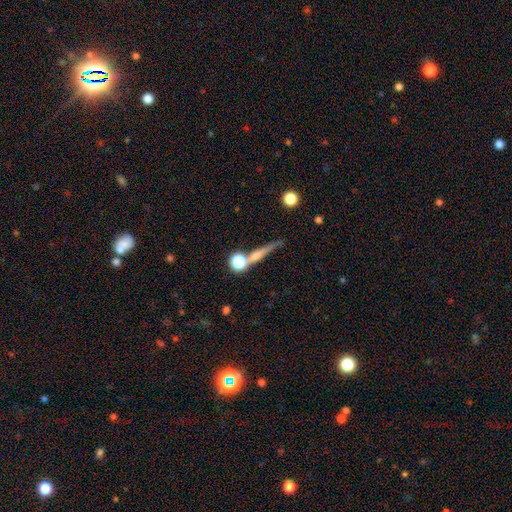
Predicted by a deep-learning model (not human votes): A featured or disk galaxy (46%). Merging: none (64%).